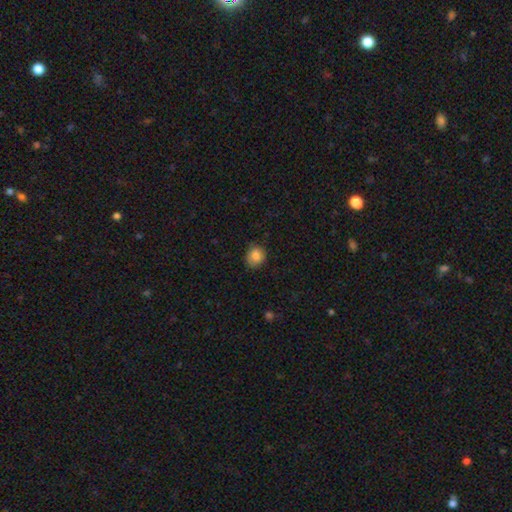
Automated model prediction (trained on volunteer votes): Smooth or featured?
  - smooth: 84% *
  - star or artifact: 9%
  - featured or disk: 7%
How rounded?
  - round: 75% *
  - in between: 24%
  - cigar-shaped: 1%
Merging?
  - none: 76% *
  - minor disturbance: 20%
  - major disturbance: 3%
  - merger: 1%